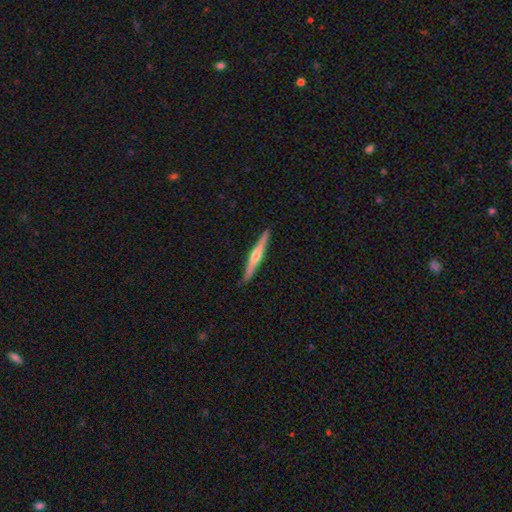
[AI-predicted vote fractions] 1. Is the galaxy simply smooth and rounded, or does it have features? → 67% featured or disk, 28% smooth, 5% star or artifact.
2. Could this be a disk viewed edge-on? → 98% yes, 2% no.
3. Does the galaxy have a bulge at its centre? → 85% rounded, 10% none, 5% boxy.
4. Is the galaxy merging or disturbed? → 91% none, 7% minor disturbance, 1% major disturbance, 1% merger.